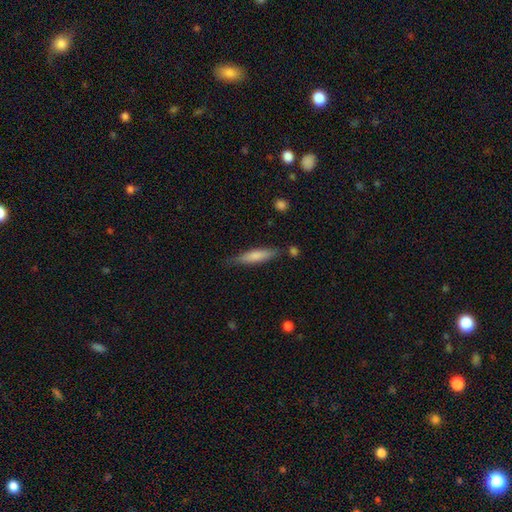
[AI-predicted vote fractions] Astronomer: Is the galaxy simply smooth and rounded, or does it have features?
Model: smooth — 72%.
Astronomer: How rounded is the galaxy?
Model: cigar-shaped — 80%.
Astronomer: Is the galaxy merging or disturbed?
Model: none — 75%.